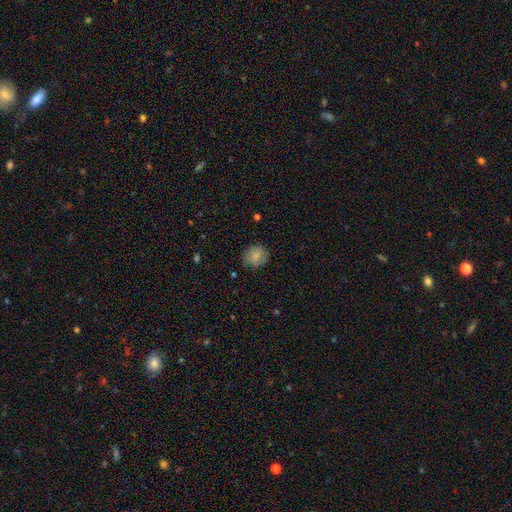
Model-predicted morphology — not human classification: Smooth or featured?
  - smooth: 81% *
  - featured or disk: 11%
  - star or artifact: 8%
How rounded?
  - round: 84% *
  - in between: 15%
  - cigar-shaped: 1%
Merging?
  - none: 80% *
  - minor disturbance: 15%
  - major disturbance: 4%
  - merger: 1%